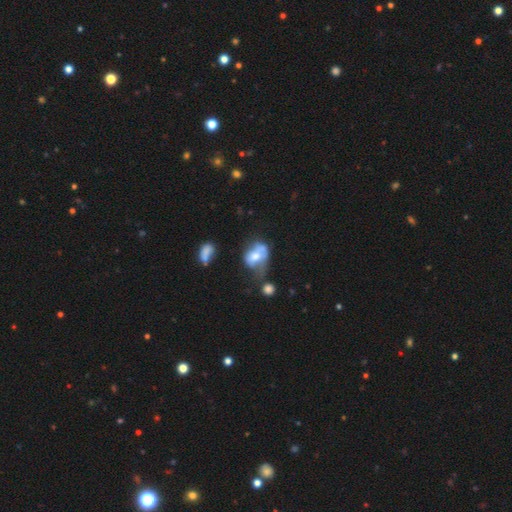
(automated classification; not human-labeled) This appears to be a smooth galaxy with no disk features (52%) that is in between round and cigar-shaped (69%). Merging: major disturbance (35%).